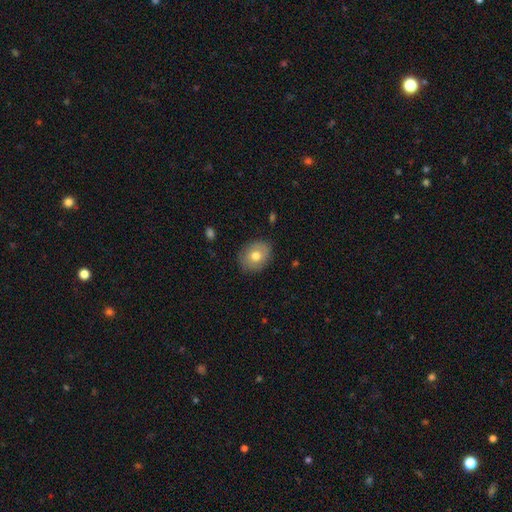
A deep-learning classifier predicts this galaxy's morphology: Smooth or featured? Predicted: smooth (p=0.72). How rounded? Predicted: in between (p=0.50). Merging? Predicted: none (p=0.83).